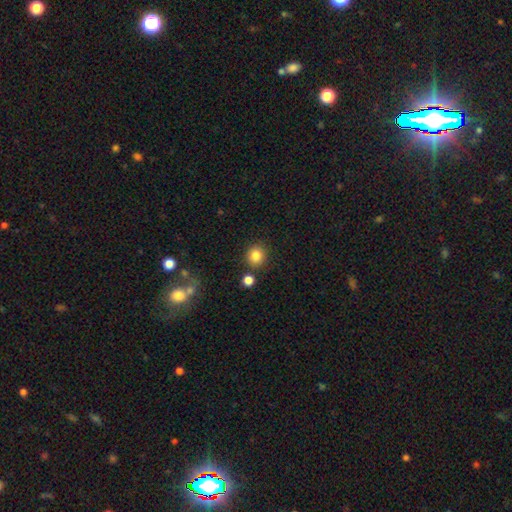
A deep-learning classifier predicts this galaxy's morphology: Smooth or featured? Predicted: smooth (p=0.84). How rounded? Predicted: round (p=0.85). Merging? Predicted: none (p=0.83).